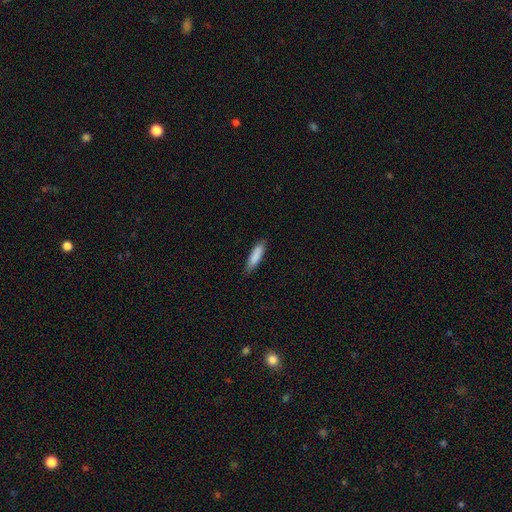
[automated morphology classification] The model was most divided on "how rounded": cigar-shaped: 68%, in between: 31%, round: 1%. More confident: smooth or featured — smooth (86%); merging — none (83%).